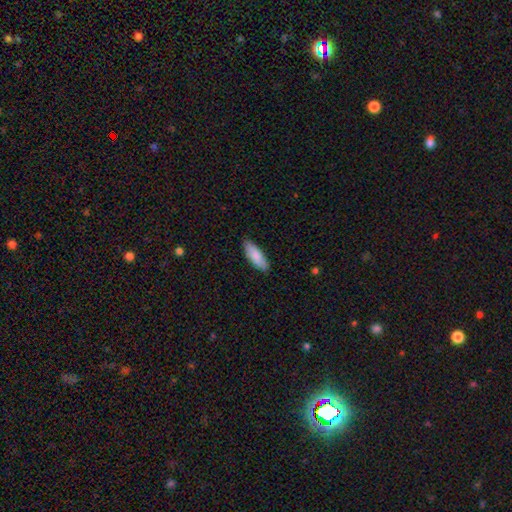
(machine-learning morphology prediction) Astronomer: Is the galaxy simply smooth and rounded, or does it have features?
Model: smooth — 86%.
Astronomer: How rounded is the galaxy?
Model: in between — 62%.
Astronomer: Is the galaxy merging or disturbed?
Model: none — 86%.